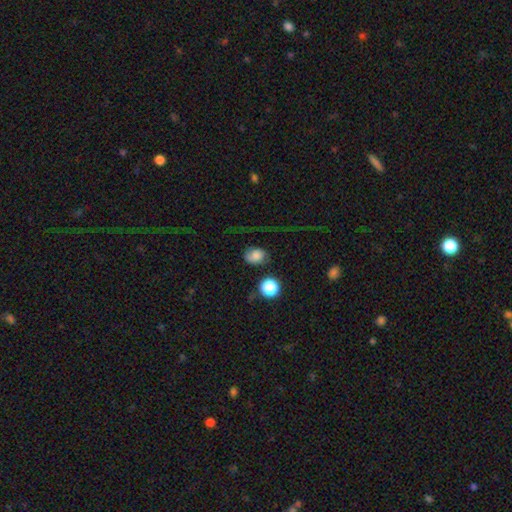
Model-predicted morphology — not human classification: This appears to be a smooth galaxy with no disk features (69%) that is in between round and cigar-shaped (57%). Merging: none (53%).